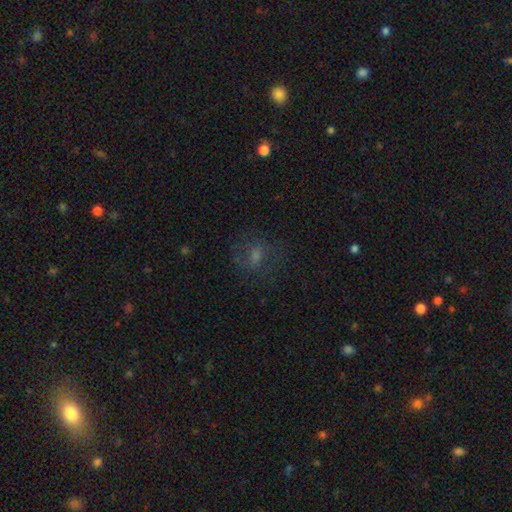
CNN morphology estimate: A smooth galaxy with no disk features (50%).

Vote fractions:
- Smooth or featured? smooth: 50% / featured or disk: 29% / star or artifact: 21%
- Merging? none: 63% / minor disturbance: 18% / major disturbance: 17% / merger: 2%